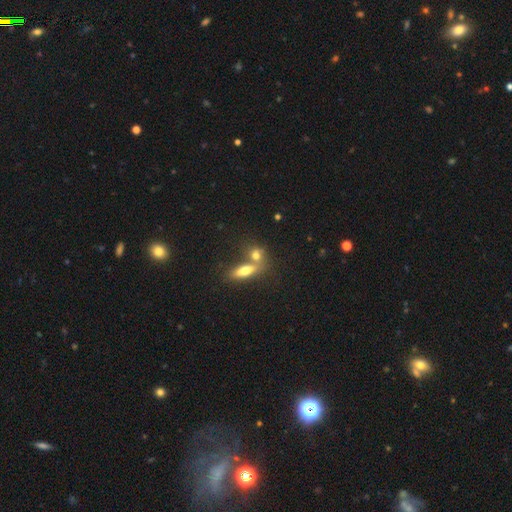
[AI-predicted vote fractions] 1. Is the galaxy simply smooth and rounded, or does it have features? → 71% smooth, 18% featured or disk, 11% star or artifact.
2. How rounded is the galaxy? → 50% in between, 32% round, 18% cigar-shaped.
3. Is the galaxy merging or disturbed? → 49% merger, 38% none, 9% minor disturbance, 4% major disturbance.